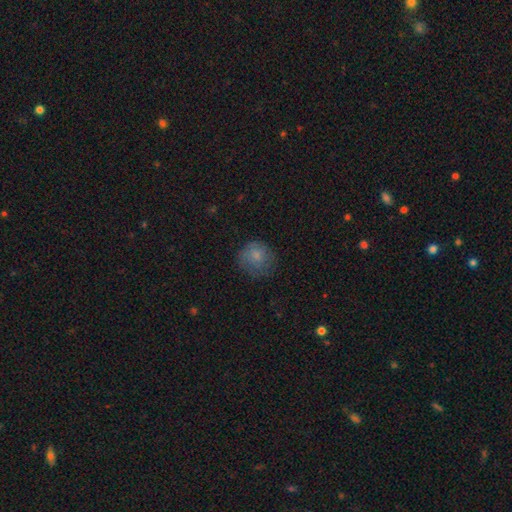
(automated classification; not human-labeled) A smooth galaxy with no disk features (74%) that is round (85%).

Vote fractions:
- Smooth or featured? smooth: 74% / featured or disk: 18% / star or artifact: 9%
- How rounded? round: 85% / in between: 14% / cigar-shaped: 1%
- Merging? none: 63% / minor disturbance: 24% / major disturbance: 12% / merger: 1%